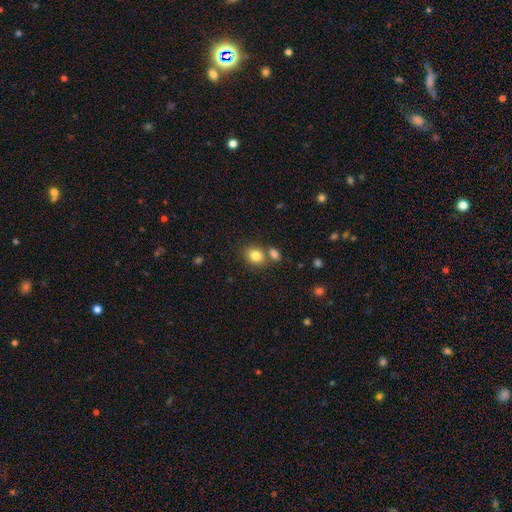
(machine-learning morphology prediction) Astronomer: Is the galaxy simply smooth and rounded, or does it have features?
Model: smooth — 82%.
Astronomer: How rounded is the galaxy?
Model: round — 52% (runner-up: in between, 47%).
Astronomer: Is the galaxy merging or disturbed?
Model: none — 60%.